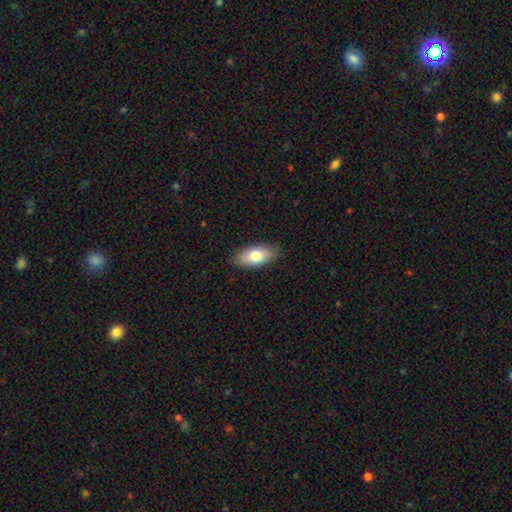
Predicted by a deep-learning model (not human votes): This is likely a smooth galaxy (76%). How rounded: clearly in between (90%). Merging: clearly none (86%).